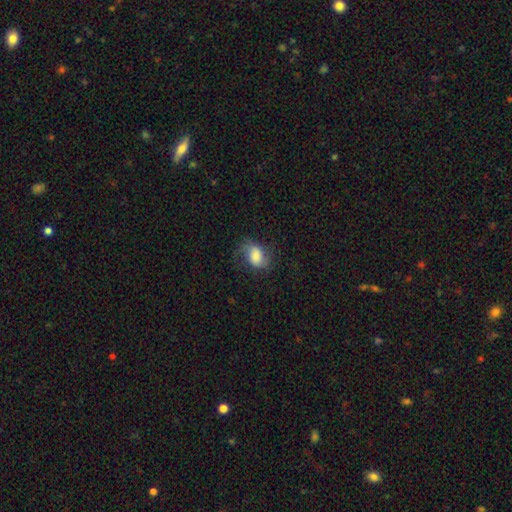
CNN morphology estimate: This appears to be a smooth galaxy with no disk features (61%) that is in between round and cigar-shaped (79%). Merging: none (54%).